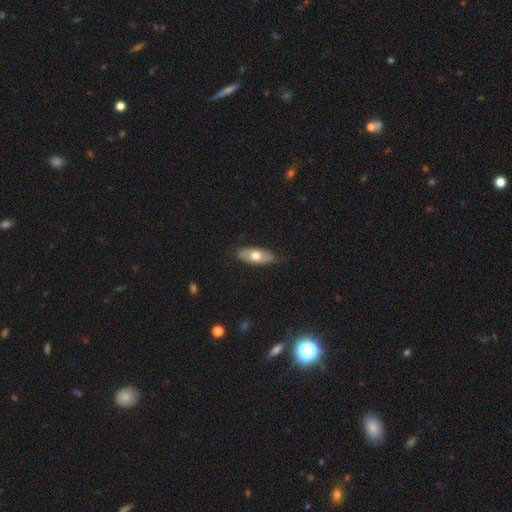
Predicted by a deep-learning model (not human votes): Overall: smooth (64%; featured or disk 30%). How rounded: in between (83%). Merging: none (85%).